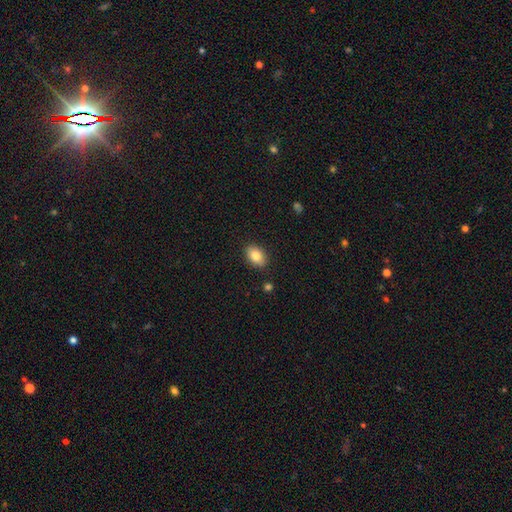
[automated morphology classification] This is clearly a smooth galaxy (83%). How rounded: clearly in between (87%). Merging: clearly none (88%).